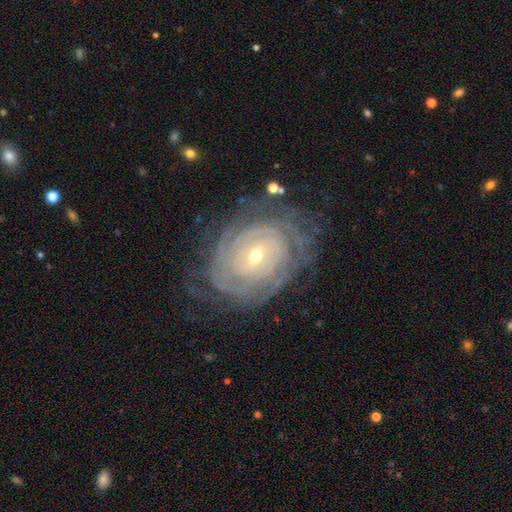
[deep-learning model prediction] featured or disk 88%, smooth 6%, star or artifact 6%. Down the decision tree: edge-on disk — no (97%); bar — no (47%); spiral arms — yes (96%); spiral arm count — can't tell (38%); spiral winding — tight (85%); bulge size — small (63%); merging — none (74%).